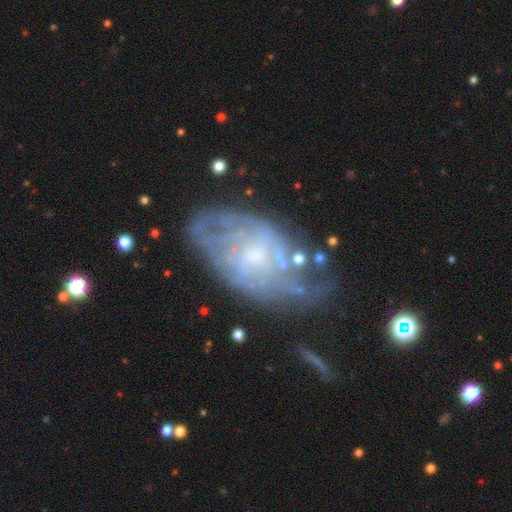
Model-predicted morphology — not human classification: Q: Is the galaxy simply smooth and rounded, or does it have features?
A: featured or disk — 74%.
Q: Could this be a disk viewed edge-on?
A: no — 94%.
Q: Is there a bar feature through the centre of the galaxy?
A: no — 66%.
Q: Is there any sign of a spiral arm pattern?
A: yes — 76%.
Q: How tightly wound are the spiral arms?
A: tight — 54%.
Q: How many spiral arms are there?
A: can't tell — 62%.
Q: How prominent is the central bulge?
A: small — 49%.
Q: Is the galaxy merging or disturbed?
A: none — 55%.